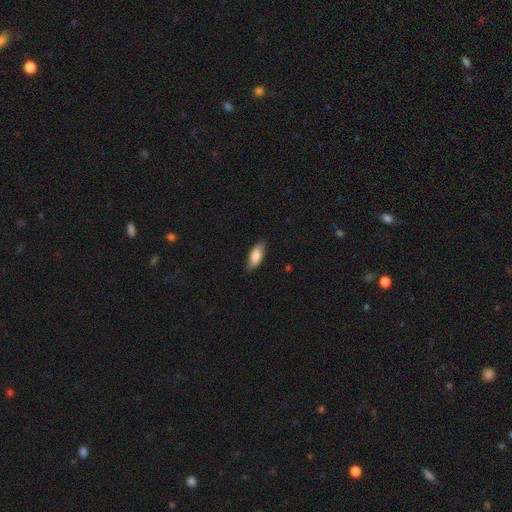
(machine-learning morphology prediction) This appears to be a smooth galaxy with no disk features (84%) that is in between round and cigar-shaped (77%). Merging: none (84%).